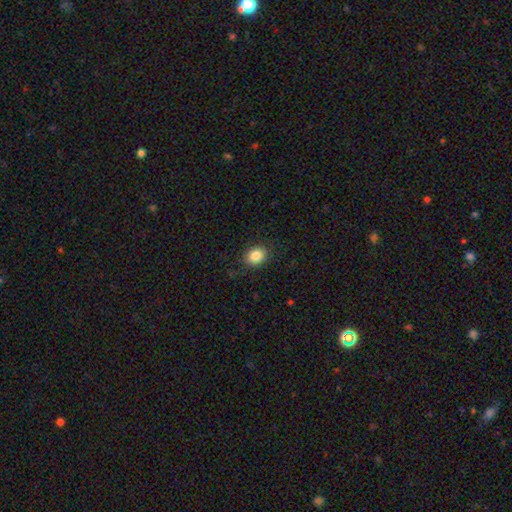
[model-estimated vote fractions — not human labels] smooth_or_featured: smooth (p=0.86) [alt: star or artifact p=0.09]
how_rounded: in between (p=0.53) [alt: round p=0.46]
merging: none (p=0.85) [alt: minor disturbance p=0.11]